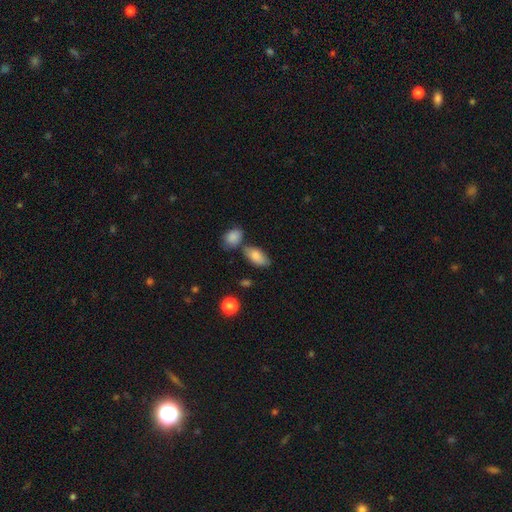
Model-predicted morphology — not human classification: Smooth or featured? smooth (83%)
How rounded? in between (90%)
Merging? none (64%)